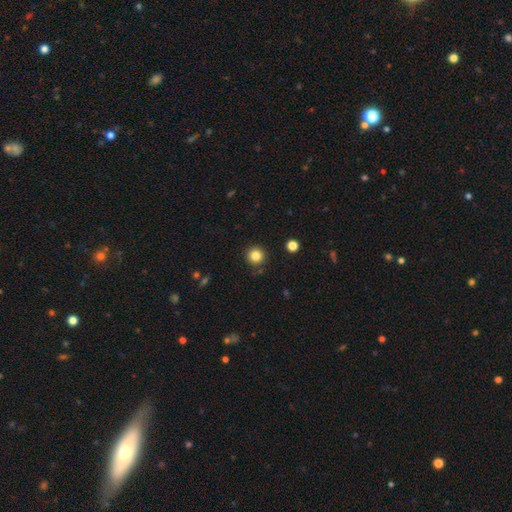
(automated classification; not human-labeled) This appears to be a smooth galaxy with no disk features (84%) that is round (95%). Merging: none (89%).